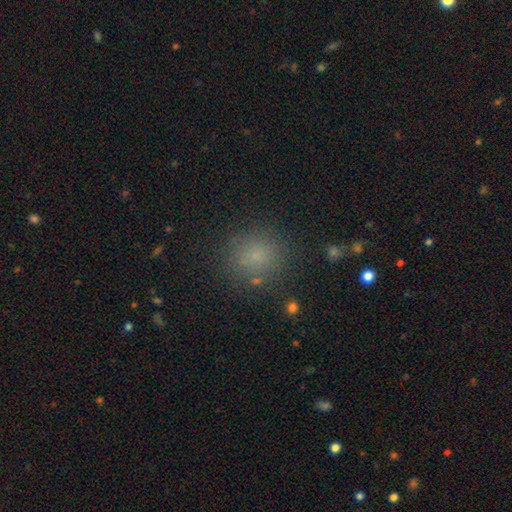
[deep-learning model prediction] smooth-or-featured: smooth: 76% | star or artifact: 18% | featured or disk: 6%
  how-rounded: round: 87% | in between: 12% | cigar-shaped: 1%
  merging: none: 85% | minor disturbance: 9% | major disturbance: 4% | merger: 2%